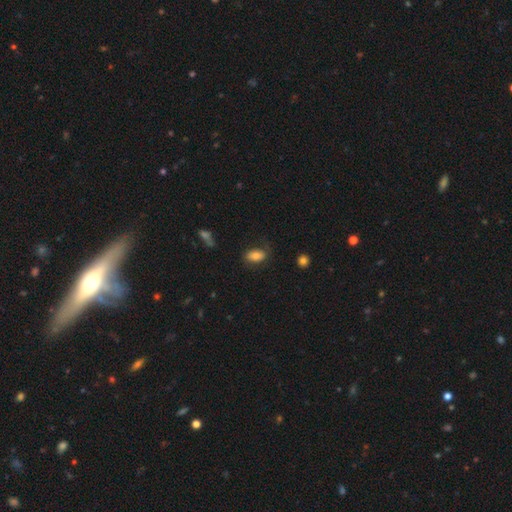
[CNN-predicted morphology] This is likely a smooth galaxy (78%). How rounded: clearly in between (90%). Merging: likely none (71%).